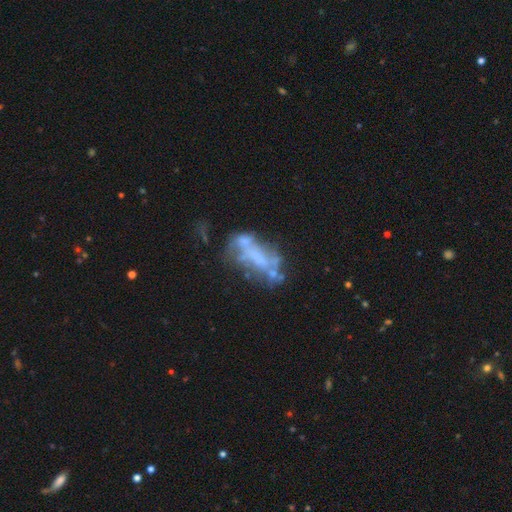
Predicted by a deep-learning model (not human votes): smooth-or-featured: featured or disk: 65% | smooth: 22% | star or artifact: 14%
  disk-edge-on: no: 91% | yes: 9%
    bar: no: 78% | weak: 14% | strong: 9%
    has-spiral-arms: no: 84% | yes: 16%
    bulge-size: none: 68% | small: 14% | moderate: 12% | large: 4% | dominant: 2%
  merging: none: 38% | major disturbance: 24% | merger: 21% | minor disturbance: 18%